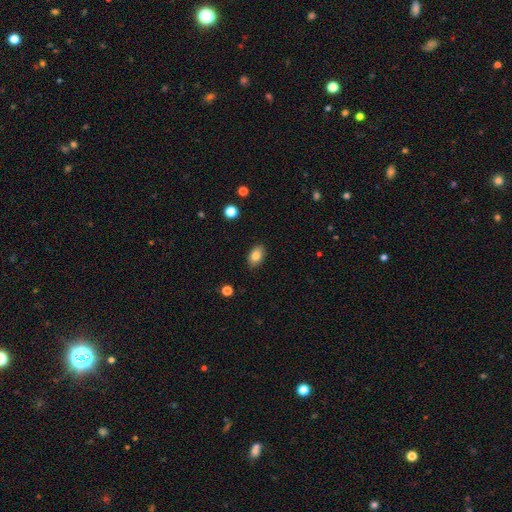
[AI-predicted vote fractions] Smooth or featured? smooth (82%)
How rounded? in between (88%)
Merging? none (88%)